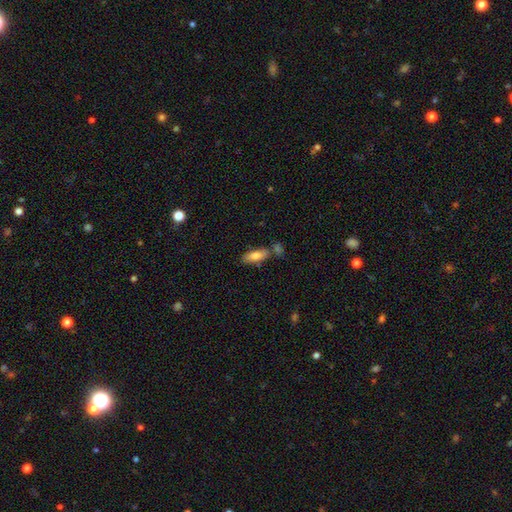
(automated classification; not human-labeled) A smooth galaxy with no disk features (77%) that is in between round and cigar-shaped (65%).

Vote fractions:
- Smooth or featured? smooth: 77% / featured or disk: 17% / star or artifact: 7%
- How rounded? in between: 65% / cigar-shaped: 33% / round: 2%
- Merging? none: 67% / merger: 16% / minor disturbance: 14% / major disturbance: 3%